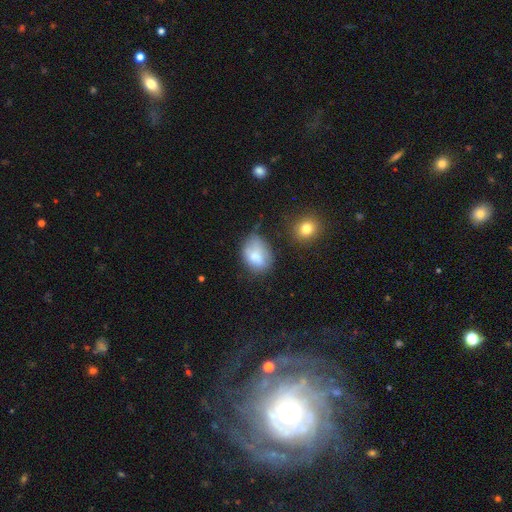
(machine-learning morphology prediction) smooth_or_featured: smooth (p=0.75) [alt: featured or disk p=0.16]
how_rounded: in between (p=0.76) [alt: round p=0.23]
merging: none (p=0.45) [alt: minor disturbance p=0.34]